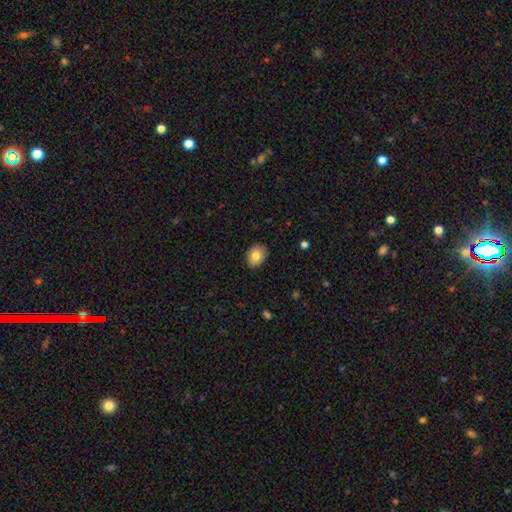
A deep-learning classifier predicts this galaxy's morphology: Smooth or featured: smooth — 81% (featured or disk — 11%)
How rounded: in between — 64% (round — 35%)
Merging: none — 87% (minor disturbance — 10%)